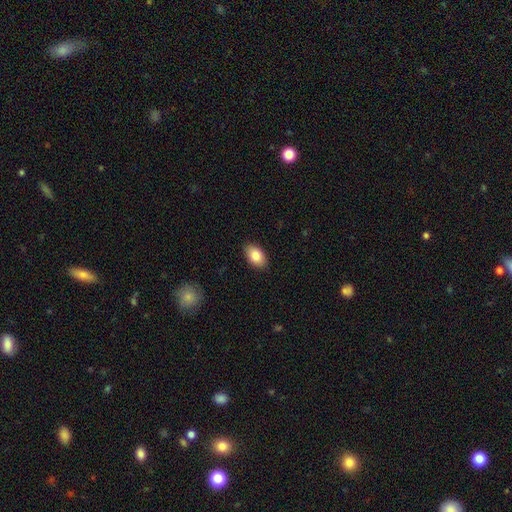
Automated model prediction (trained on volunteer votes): The model was most divided on "smooth or featured": smooth: 84%, featured or disk: 9%, star or artifact: 7%. More confident: how rounded — in between (91%); merging — none (89%).